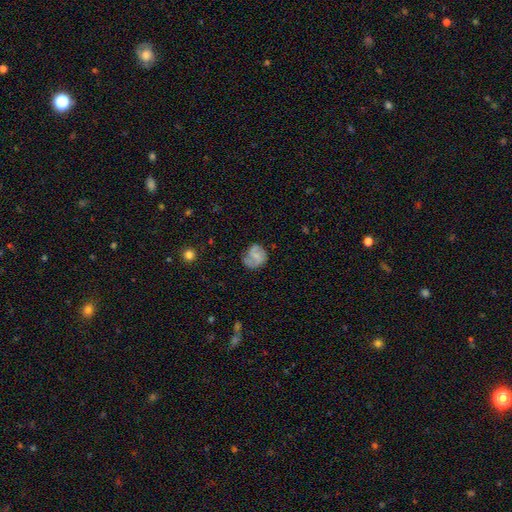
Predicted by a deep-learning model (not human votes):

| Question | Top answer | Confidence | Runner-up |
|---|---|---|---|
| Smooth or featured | featured or disk | 55% | smooth (38%) |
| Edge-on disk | no | 98% | yes (2%) |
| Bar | no | 49% | weak (42%) |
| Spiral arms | yes | 85% | no (15%) |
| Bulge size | small | 48% | none (28%) |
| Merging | none | 59% | minor disturbance (26%) |